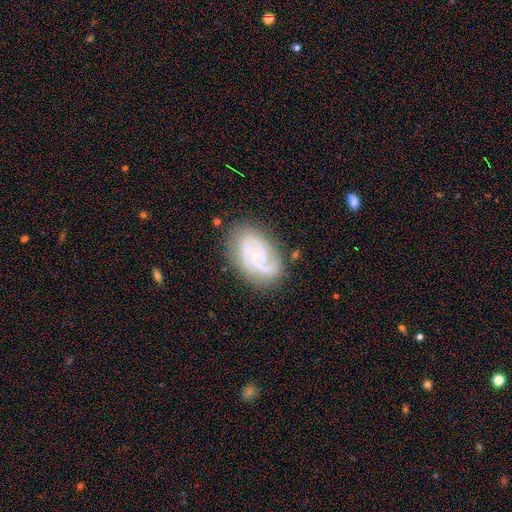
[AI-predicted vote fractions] Q: Smooth or featured?
A: featured or disk (81%); runner-up: smooth (13%)
Q: Edge-on disk?
A: no (97%); runner-up: yes (3%)
Q: Bar?
A: no (62%); runner-up: weak (32%)
Q: Spiral arms?
A: yes (95%); runner-up: no (5%)
Q: Spiral winding?
A: tight (52%); runner-up: medium (38%)
Q: Spiral arm count?
A: 2 (46%); runner-up: 3 (21%)
Q: Bulge size?
A: small (73%); runner-up: moderate (21%)
Q: Merging?
A: none (73%); runner-up: minor disturbance (18%)